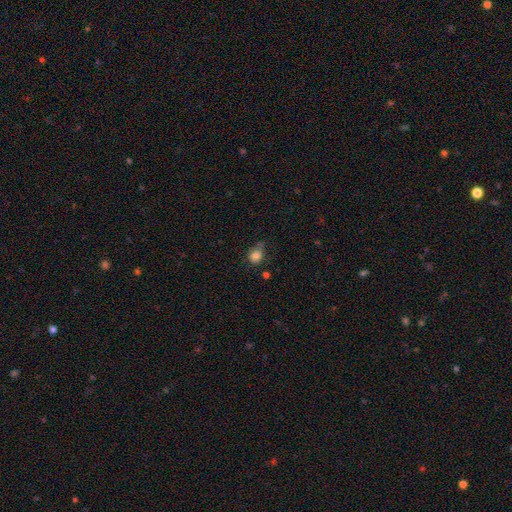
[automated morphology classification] Q: Smooth or featured?
A: smooth (83%); runner-up: star or artifact (12%)
Q: How rounded?
A: round (64%); runner-up: in between (35%)
Q: Merging?
A: none (59%); runner-up: minor disturbance (27%)